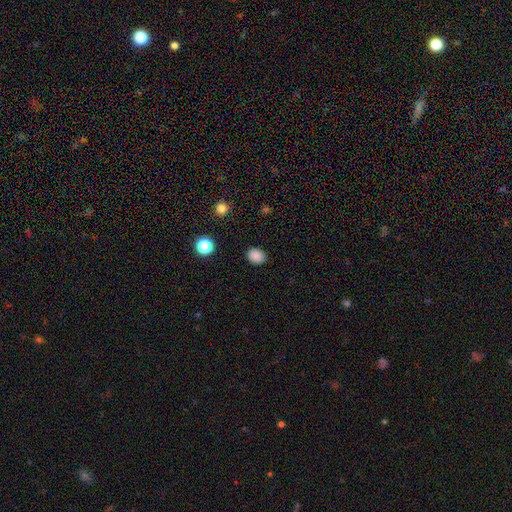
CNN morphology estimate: smooth 86%, star or artifact 11%, featured or disk 3%. Down the decision tree: how rounded — round (50%); merging — none (88%).